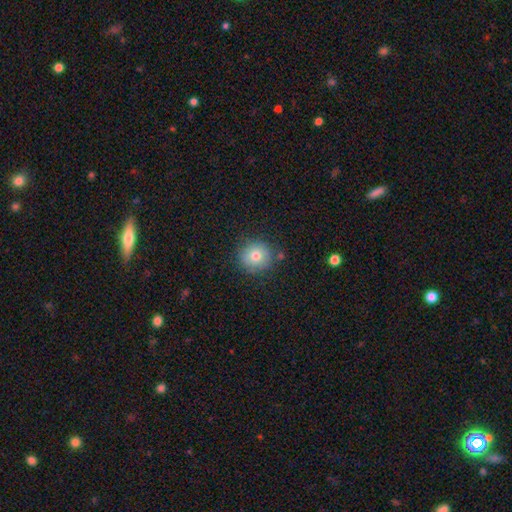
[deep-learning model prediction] Smooth or featured?
  - smooth: 76% *
  - featured or disk: 13%
  - star or artifact: 11%
How rounded?
  - round: 91% *
  - in between: 8%
  - cigar-shaped: 1%
Merging?
  - none: 83% *
  - minor disturbance: 11%
  - merger: 3%
  - major disturbance: 3%